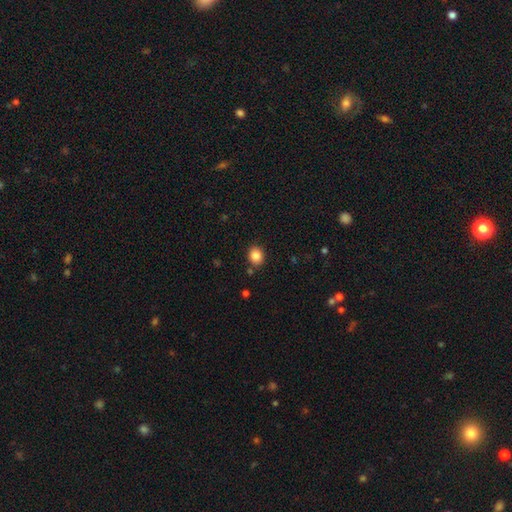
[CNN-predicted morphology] Smooth or featured: smooth — 85% (star or artifact — 10%)
How rounded: round — 63% (in between — 36%)
Merging: none — 87% (minor disturbance — 8%)